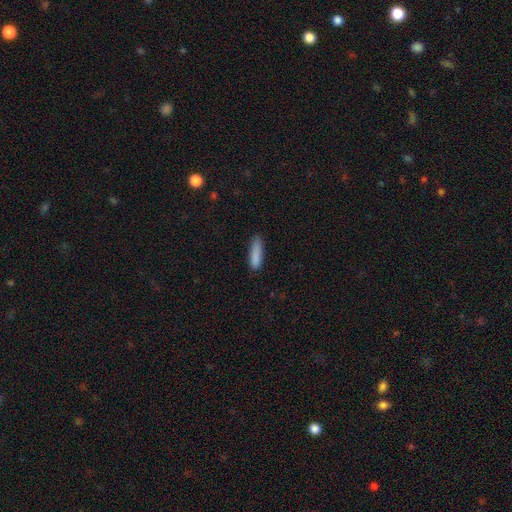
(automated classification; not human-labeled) Overall: smooth (87%). How rounded: cigar-shaped (64%; in between 34%). Merging: none (77%).